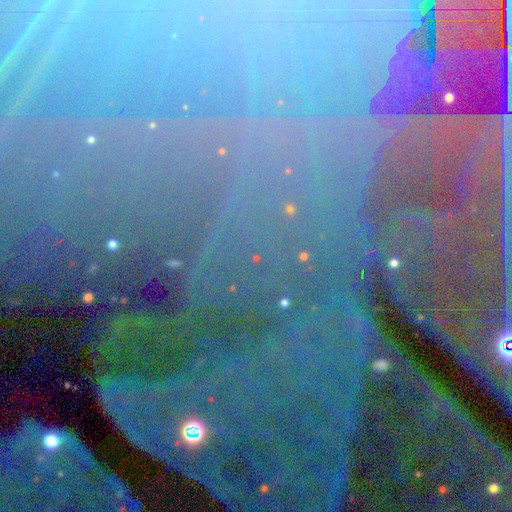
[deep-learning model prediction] A star or artifact, not a galaxy (84%).